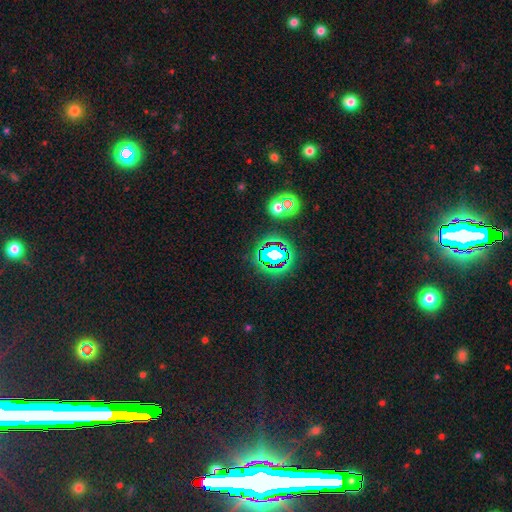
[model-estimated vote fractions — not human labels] This is likely a star or artifact rather than a galaxy (77%).